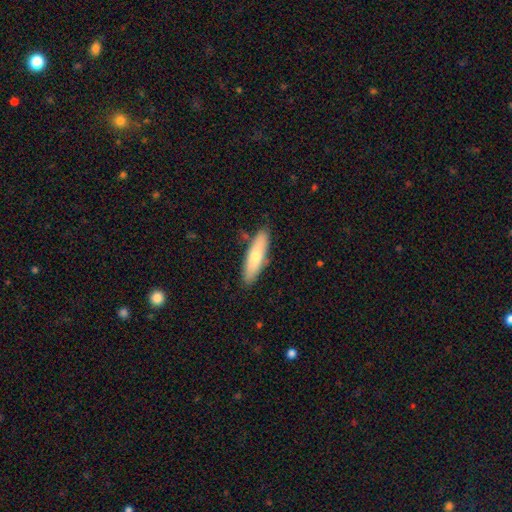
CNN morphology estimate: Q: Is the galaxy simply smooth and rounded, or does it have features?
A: smooth — 67%.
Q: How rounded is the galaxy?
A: cigar-shaped — 64%.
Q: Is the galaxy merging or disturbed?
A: none — 84%.